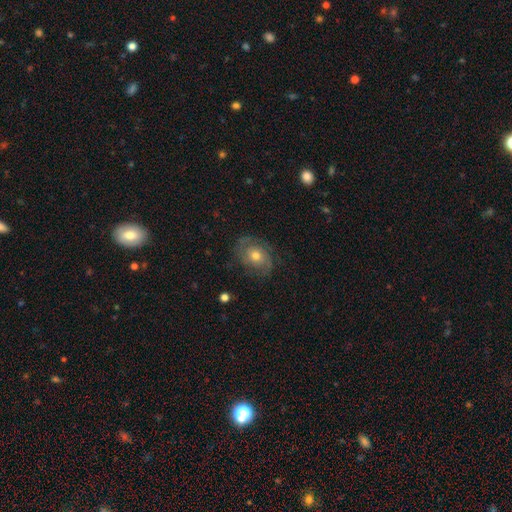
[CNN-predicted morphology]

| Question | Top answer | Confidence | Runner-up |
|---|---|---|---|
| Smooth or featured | featured or disk | 61% | smooth (29%) |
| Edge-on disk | no | 96% | yes (4%) |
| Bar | no | 81% | weak (16%) |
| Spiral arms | yes | 82% | no (18%) |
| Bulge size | moderate | 68% | small (22%) |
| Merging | none | 72% | minor disturbance (18%) |